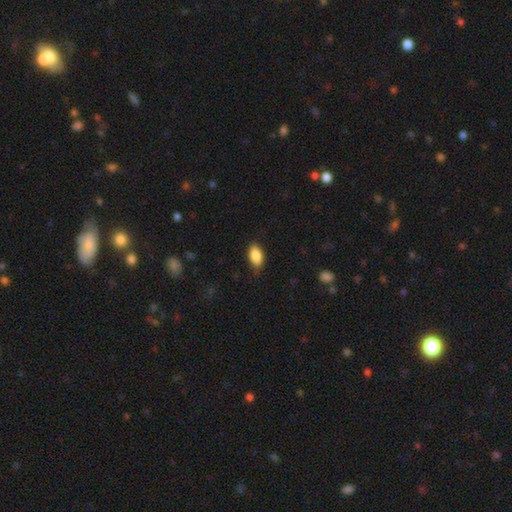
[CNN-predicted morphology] Smooth or featured? Predicted: smooth (p=0.87). How rounded? Predicted: in between (p=0.91). Merging? Predicted: none (p=0.79).